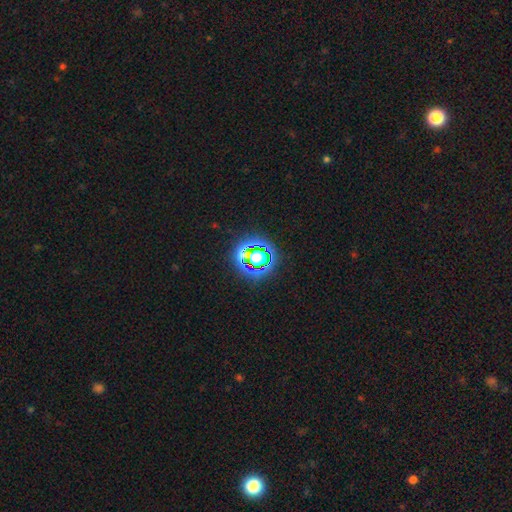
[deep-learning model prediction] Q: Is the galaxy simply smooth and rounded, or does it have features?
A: star or artifact — 72%.